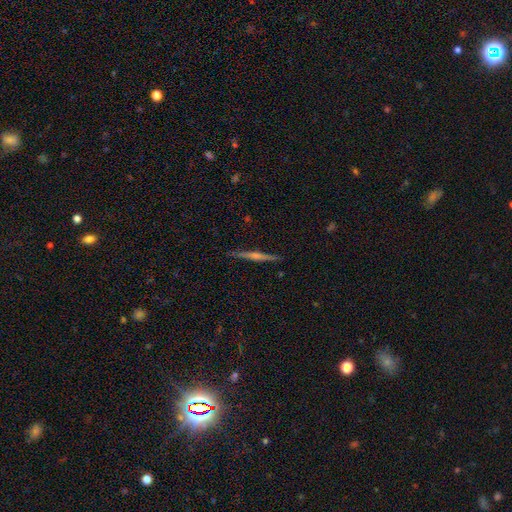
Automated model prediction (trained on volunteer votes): Overall: featured or disk (57%; smooth 22%). Edge-on disk: yes (92%). Edge-on bulge: rounded (69%). Merging: none (87%).